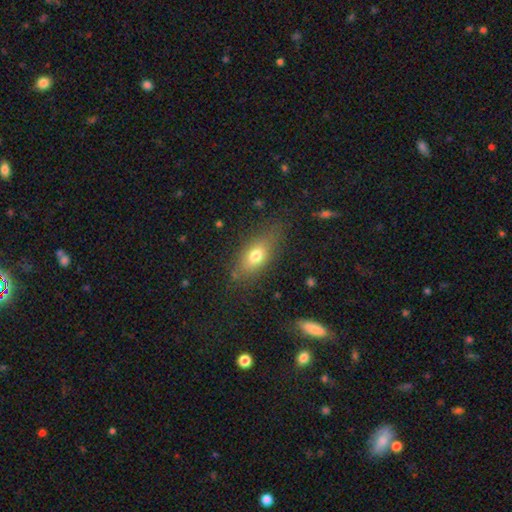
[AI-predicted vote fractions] Q: Smooth or featured?
A: smooth (73%); runner-up: featured or disk (17%)
Q: How rounded?
A: in between (76%); runner-up: cigar-shaped (14%)
Q: Merging?
A: none (76%); runner-up: minor disturbance (16%)